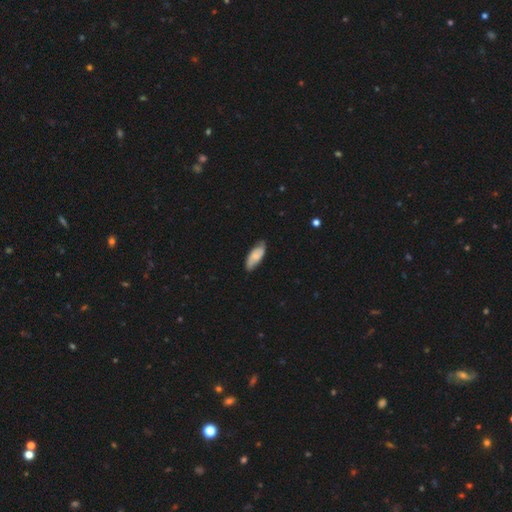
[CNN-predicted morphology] This is possibly a smooth galaxy (60%). How rounded: likely in between (79%). Merging: likely none (78%).